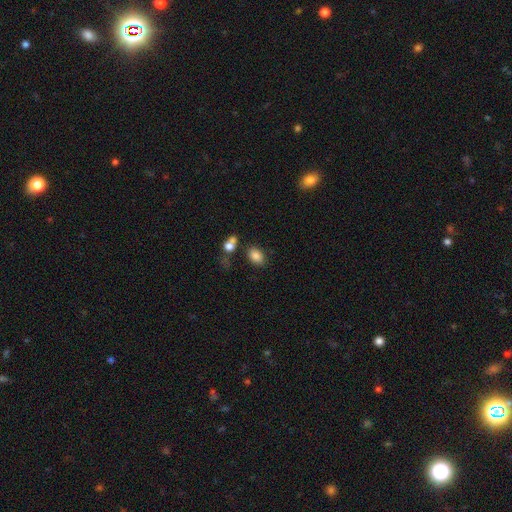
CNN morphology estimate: A smooth galaxy with no disk features (84%) that is in between round and cigar-shaped (82%). Merging: none (71%).